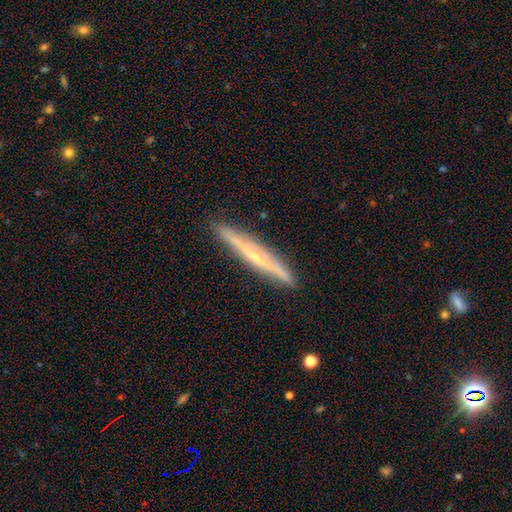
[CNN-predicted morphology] Smooth or featured? featured or disk (65%)
Edge-on disk? yes (95%)
Edge-on bulge? rounded (53%)
Merging? none (89%)